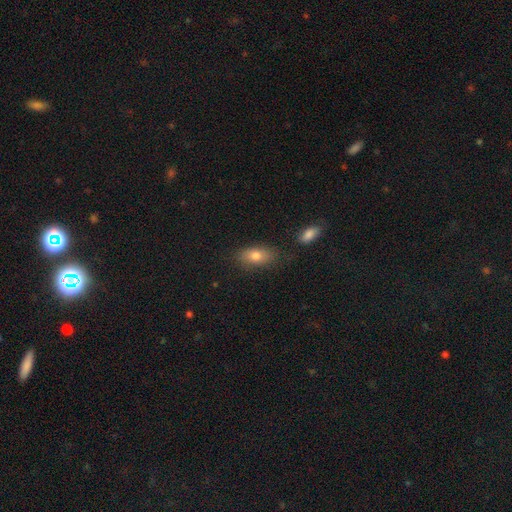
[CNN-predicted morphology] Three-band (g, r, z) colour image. It shows a smooth galaxy with no disk features (78%) that is in between round and cigar-shaped (85%). Merging: none (77%).